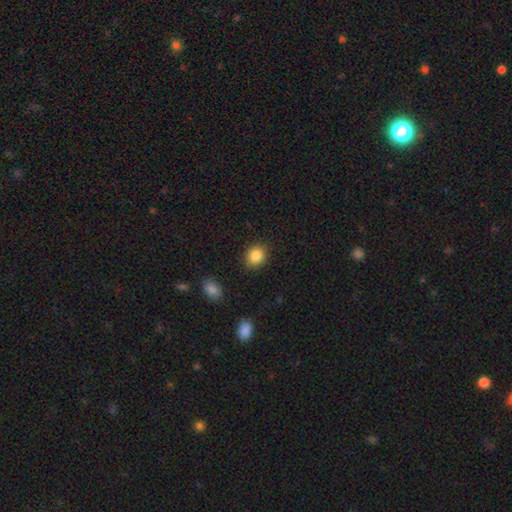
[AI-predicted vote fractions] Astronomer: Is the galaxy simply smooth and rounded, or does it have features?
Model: smooth — 87%.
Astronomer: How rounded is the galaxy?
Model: round — 64%.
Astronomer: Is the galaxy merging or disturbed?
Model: none — 87%.